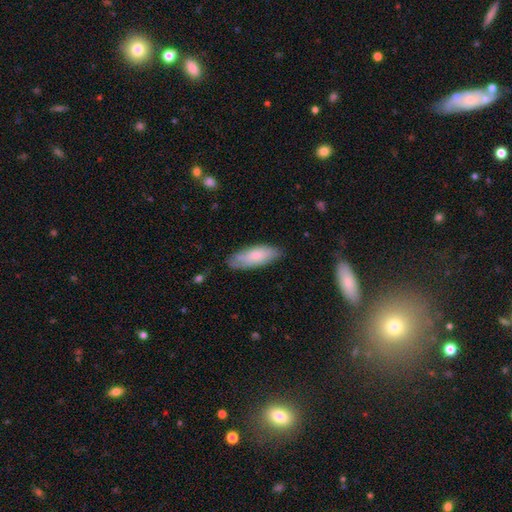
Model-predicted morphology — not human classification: A smooth galaxy with no disk features (72%) that is in between round and cigar-shaped (69%). Merging: none (74%).